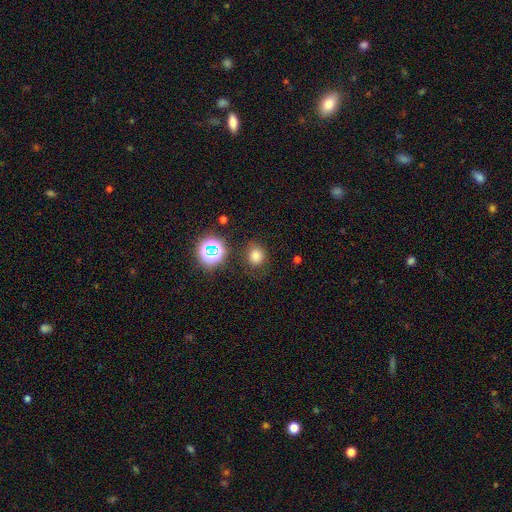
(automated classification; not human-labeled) smooth 73%, star or artifact 20%, featured or disk 7%. Down the decision tree: how rounded — round (76%); merging — none (76%).